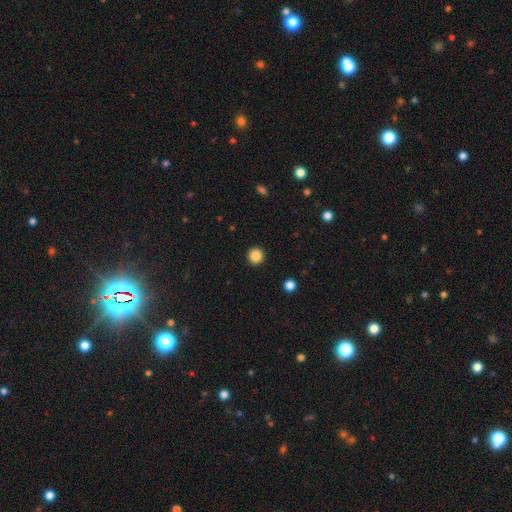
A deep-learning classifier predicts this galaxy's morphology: This appears to be a smooth galaxy with no disk features (86%) that is round (96%). Merging: none (94%).